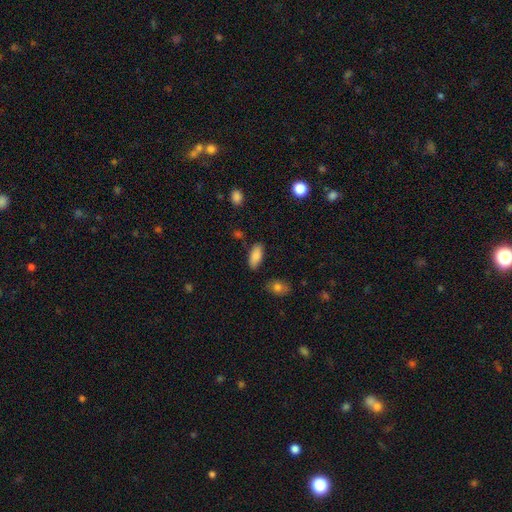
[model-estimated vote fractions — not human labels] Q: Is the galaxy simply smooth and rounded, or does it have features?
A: smooth — 86%.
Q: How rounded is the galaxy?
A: in between — 89%.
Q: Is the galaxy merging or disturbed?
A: none — 83%.